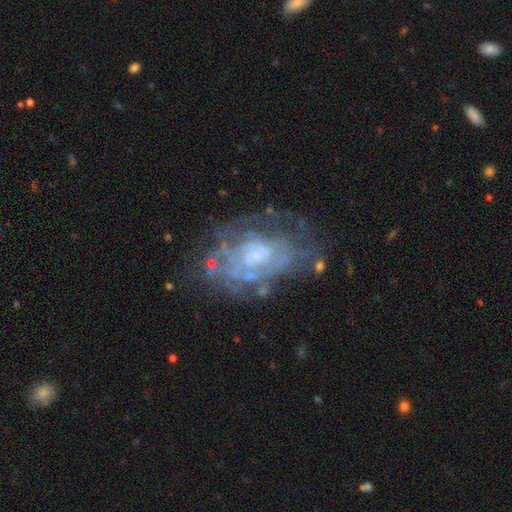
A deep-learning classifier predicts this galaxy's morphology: Q: Smooth or featured?
A: featured or disk (76%); runner-up: smooth (15%)
Q: Edge-on disk?
A: no (97%); runner-up: yes (3%)
Q: Bar?
A: no (79%); runner-up: weak (17%)
Q: Spiral arms?
A: yes (51%); runner-up: no (49%)
Q: Bulge size?
A: small (39%); runner-up: none (28%)
Q: Merging?
A: none (51%); runner-up: minor disturbance (22%)